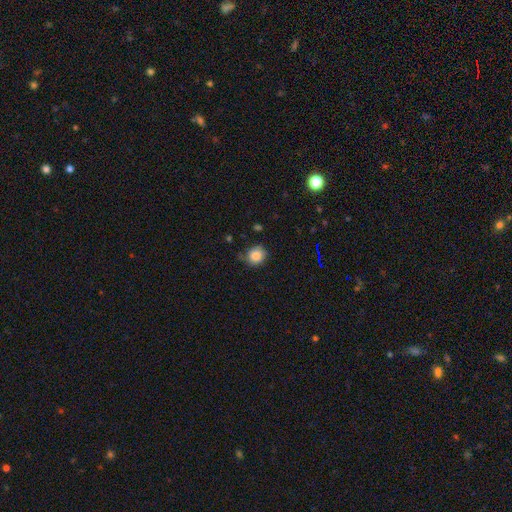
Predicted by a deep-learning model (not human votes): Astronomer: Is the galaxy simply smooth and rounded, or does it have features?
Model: smooth — 83%.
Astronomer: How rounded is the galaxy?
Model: round — 77%.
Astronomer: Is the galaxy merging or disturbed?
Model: none — 74%.